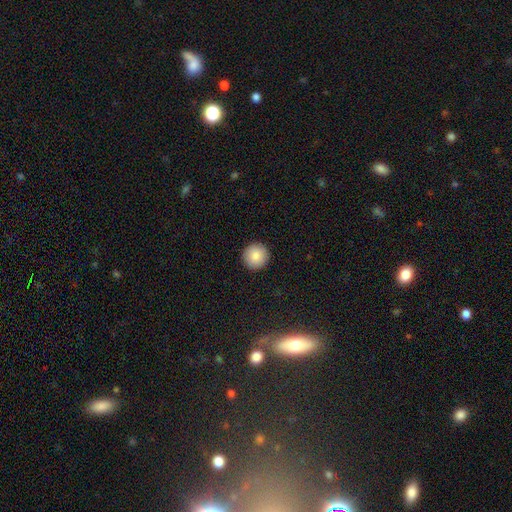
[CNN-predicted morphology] smooth-or-featured: smooth: 88% | star or artifact: 8% | featured or disk: 5%
  how-rounded: round: 95% | in between: 4% | cigar-shaped: 1%
  merging: none: 93% | minor disturbance: 5% | major disturbance: 2% | merger: 1%